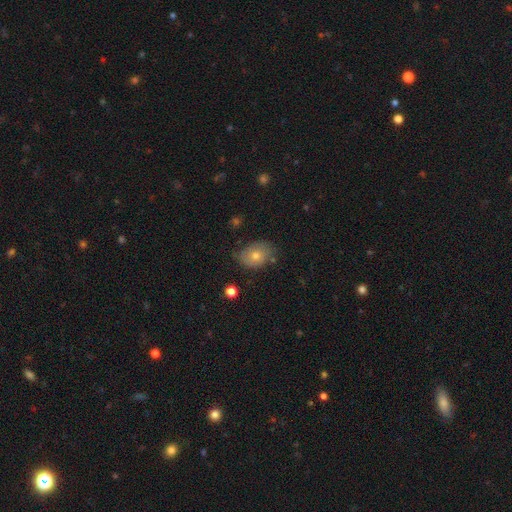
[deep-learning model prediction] A smooth galaxy with no disk features (64%) that is in between round and cigar-shaped (71%).

Vote fractions:
- Smooth or featured? smooth: 64% / featured or disk: 24% / star or artifact: 12%
- How rounded? in between: 71% / round: 27% / cigar-shaped: 1%
- Merging? none: 73% / minor disturbance: 20% / major disturbance: 4% / merger: 2%